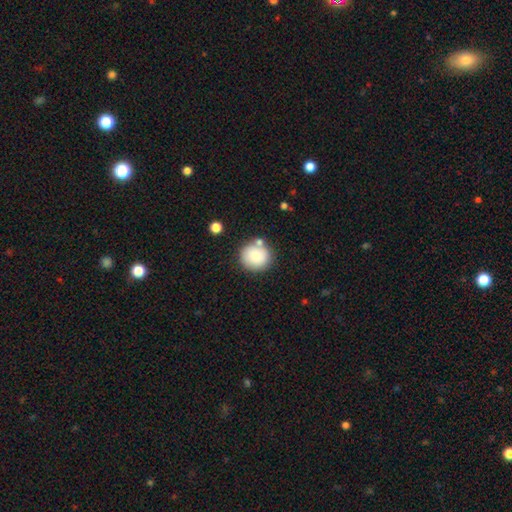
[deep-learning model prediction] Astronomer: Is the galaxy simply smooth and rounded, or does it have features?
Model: smooth — 86%.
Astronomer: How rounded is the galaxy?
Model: round — 89%.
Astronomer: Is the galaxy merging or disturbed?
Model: none — 73%.